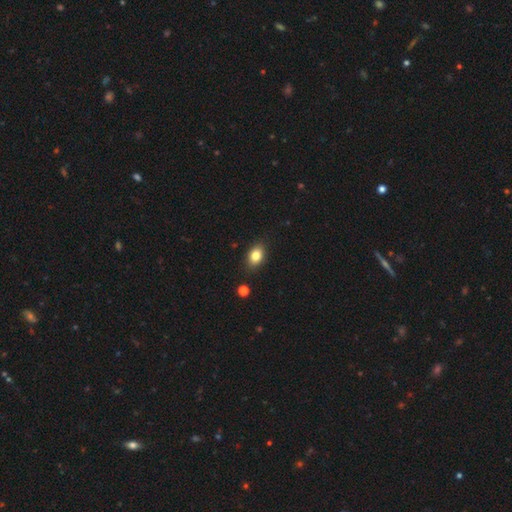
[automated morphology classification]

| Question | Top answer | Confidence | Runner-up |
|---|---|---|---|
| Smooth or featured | smooth | 82% | star or artifact (9%) |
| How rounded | in between | 78% | round (20%) |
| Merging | none | 85% | minor disturbance (11%) |